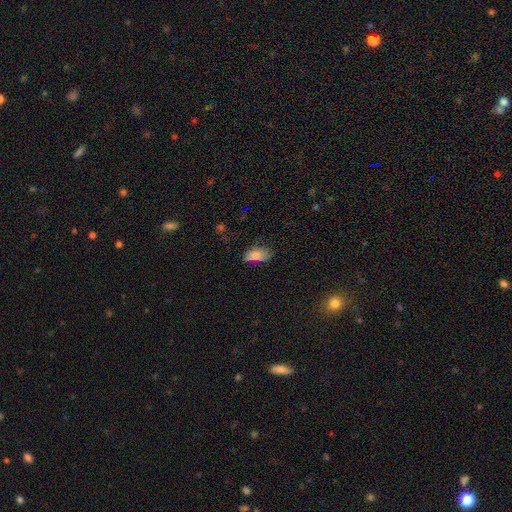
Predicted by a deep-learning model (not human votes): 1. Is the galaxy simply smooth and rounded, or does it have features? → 82% smooth, 10% star or artifact, 8% featured or disk.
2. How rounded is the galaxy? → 91% in between, 5% cigar-shaped, 3% round.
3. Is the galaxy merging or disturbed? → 58% none, 30% minor disturbance, 9% major disturbance, 3% merger.